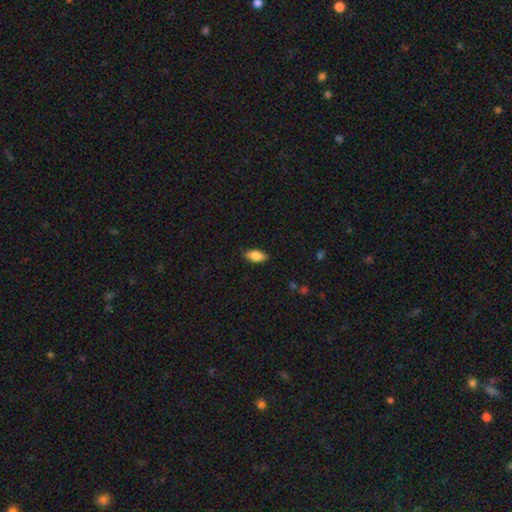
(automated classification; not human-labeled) Overall: smooth (84%). How rounded: in between (87%). Merging: none (85%).